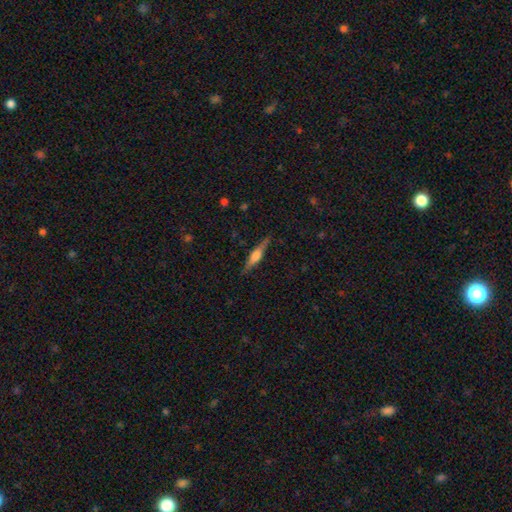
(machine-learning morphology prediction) smooth_or_featured: featured or disk (p=0.57) [alt: smooth p=0.36]
disk_edge_on: yes (p=0.96) [alt: no p=0.04]
edge_on_bulge: rounded (p=0.71) [alt: boxy p=0.22]
merging: none (p=0.86) [alt: minor disturbance p=0.10]